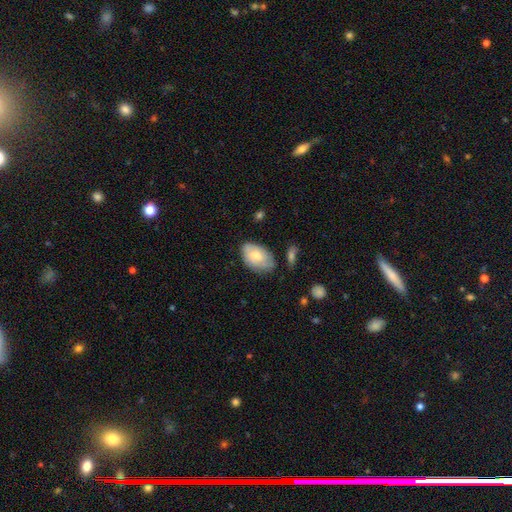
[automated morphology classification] smooth 64%, featured or disk 30%, star or artifact 6%. Down the decision tree: how rounded — in between (91%); merging — none (66%).